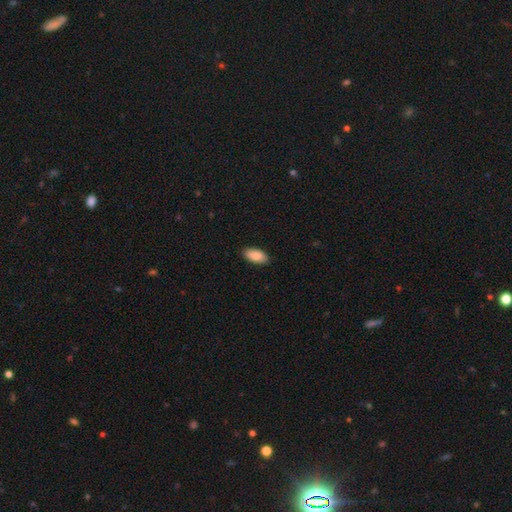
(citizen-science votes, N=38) A smooth galaxy with no disk features (95%) that is in between round and cigar-shaped (97%).

Vote fractions:
- Smooth or featured? smooth: 95% / featured or disk: 5% / star or artifact: 0%
- How rounded? in between: 97% / cigar-shaped: 3% / round: 0%
- Merging? none: 92% / minor disturbance: 8% / major disturbance: 0% / merger: 0%